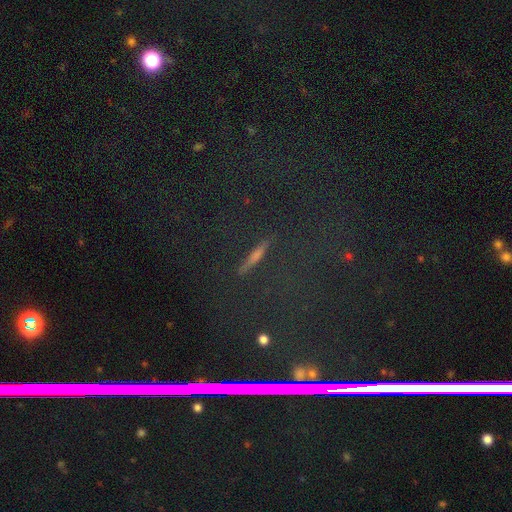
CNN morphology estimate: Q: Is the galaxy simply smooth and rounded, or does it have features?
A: featured or disk — 38%.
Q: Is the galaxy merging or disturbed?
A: none — 88%.